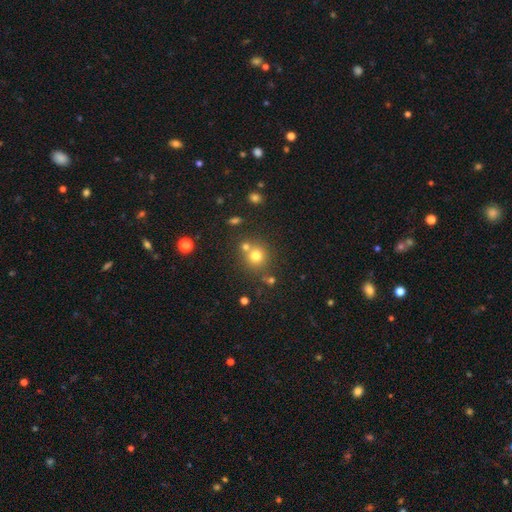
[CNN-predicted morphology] Smooth or featured? smooth (74%)
How rounded? round (90%)
Merging? none (65%)